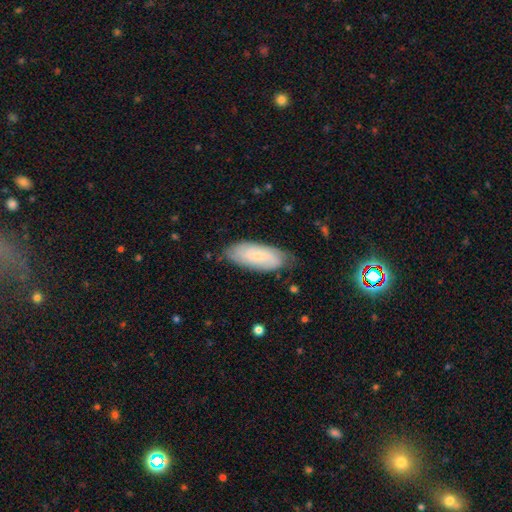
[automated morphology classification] featured or disk 51%, smooth 42%, star or artifact 7%. Down the decision tree: edge-on disk — no (89%); merging — none (72%).